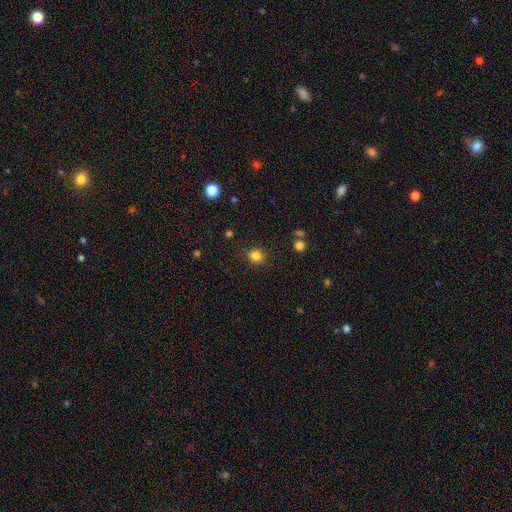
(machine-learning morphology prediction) Overall: smooth (83%). How rounded: round (82%). Merging: none (86%).